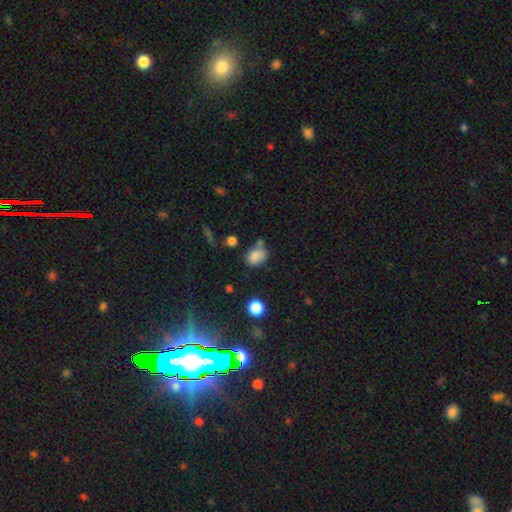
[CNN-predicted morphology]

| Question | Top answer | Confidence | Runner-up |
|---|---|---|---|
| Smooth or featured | smooth | 81% | star or artifact (12%) |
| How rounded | in between | 63% | round (35%) |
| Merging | none | 51% | minor disturbance (24%) |